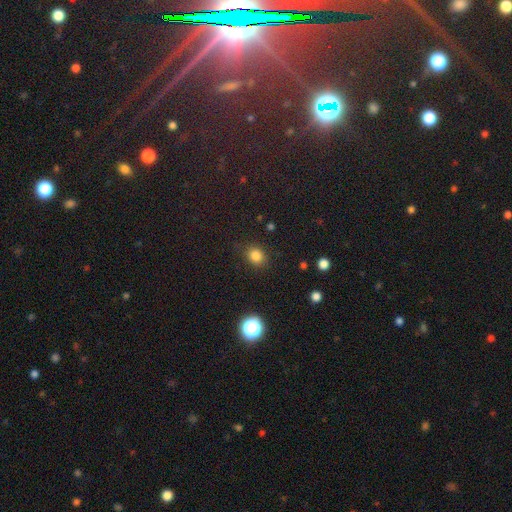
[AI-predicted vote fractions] Smooth or featured? smooth (82%)
How rounded? round (64%)
Merging? none (84%)